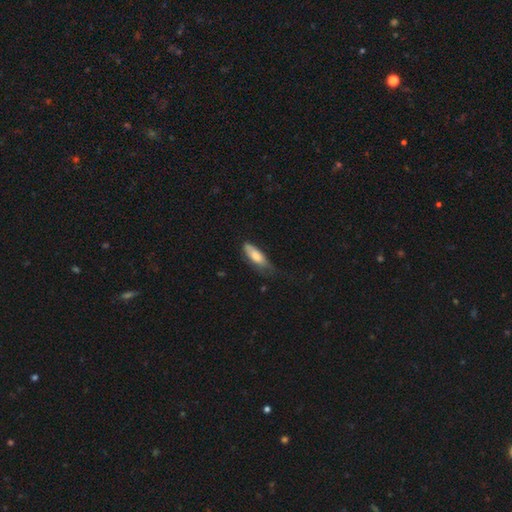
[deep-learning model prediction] smooth-or-featured: smooth: 74% | featured or disk: 20% | star or artifact: 6%
  how-rounded: in between: 68% | cigar-shaped: 30% | round: 2%
  merging: none: 44% | minor disturbance: 39% | major disturbance: 15% | merger: 2%